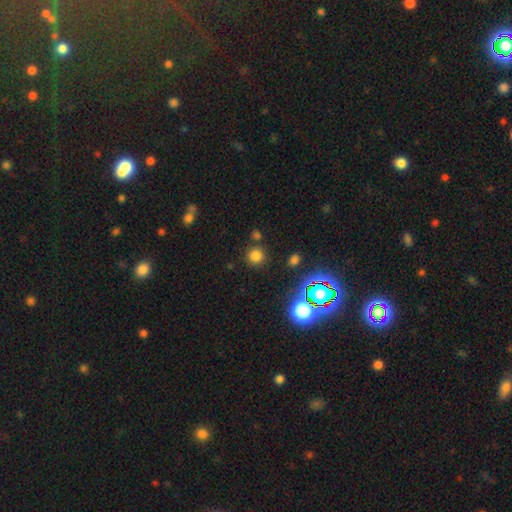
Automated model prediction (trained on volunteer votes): Smooth or featured? Predicted: smooth (p=0.72). How rounded? Predicted: round (p=0.92). Merging? Predicted: none (p=0.83).